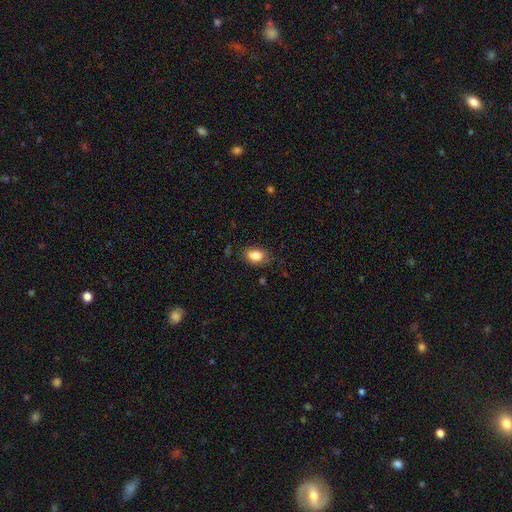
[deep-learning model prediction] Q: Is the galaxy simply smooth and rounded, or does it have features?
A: smooth — 83%.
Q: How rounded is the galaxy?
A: in between — 81%.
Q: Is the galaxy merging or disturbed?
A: none — 79%.